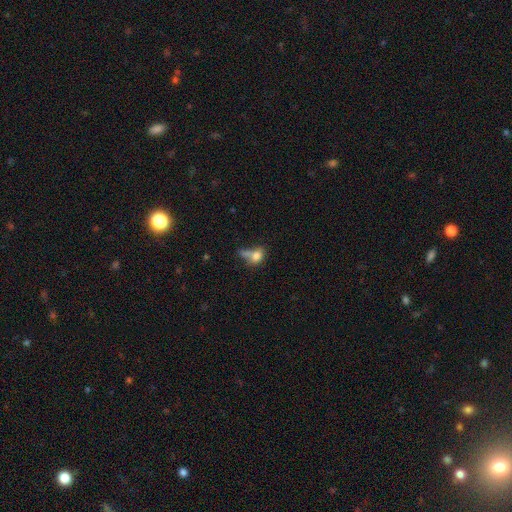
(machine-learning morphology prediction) Smooth or featured?
  - smooth: 75% *
  - featured or disk: 15%
  - star or artifact: 11%
How rounded?
  - in between: 62% *
  - round: 35%
  - cigar-shaped: 3%
Merging?
  - merger: 34% *
  - none: 30%
  - minor disturbance: 19%
  - major disturbance: 17%